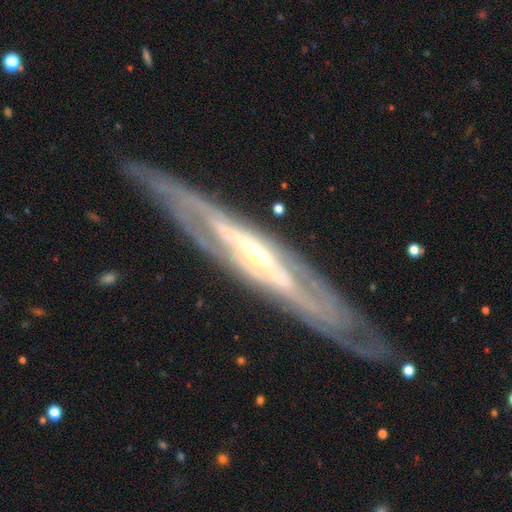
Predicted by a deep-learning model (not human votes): smooth_or_featured: featured or disk (p=0.85) [alt: smooth p=0.10]
disk_edge_on: no (p=0.51) [alt: yes p=0.49]
merging: none (p=0.84) [alt: minor disturbance p=0.11]